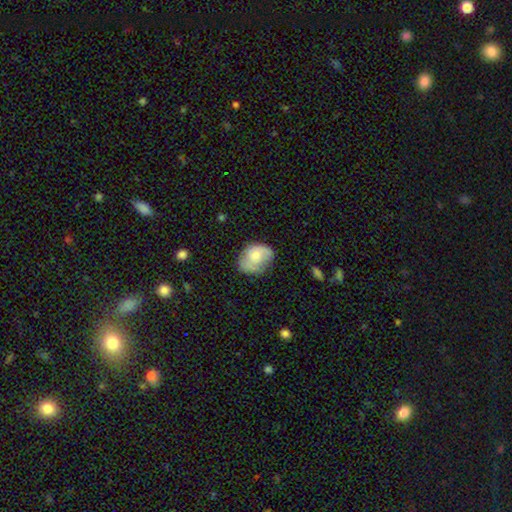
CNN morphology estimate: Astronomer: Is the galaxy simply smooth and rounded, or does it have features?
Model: smooth — 59%.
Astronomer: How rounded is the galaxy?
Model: in between — 70%.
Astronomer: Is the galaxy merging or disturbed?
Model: none — 56% (runner-up: minor disturbance, 31%).